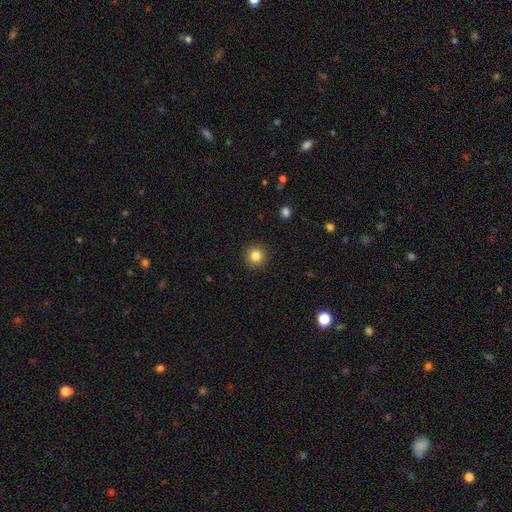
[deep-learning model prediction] A smooth galaxy with no disk features (84%) that is round (94%). Merging: none (92%).